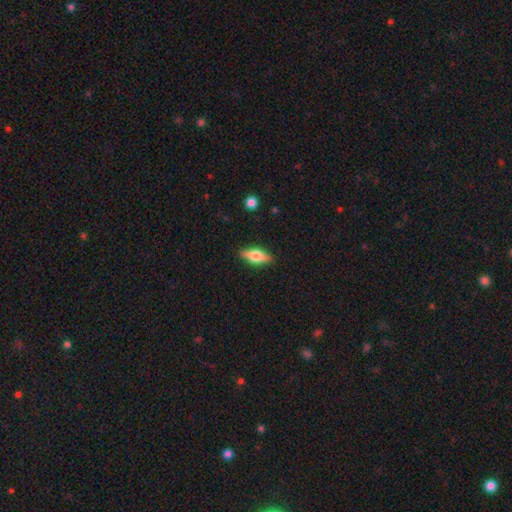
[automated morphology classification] This is possibly a smooth galaxy (48%). Merging: clearly none (87%).